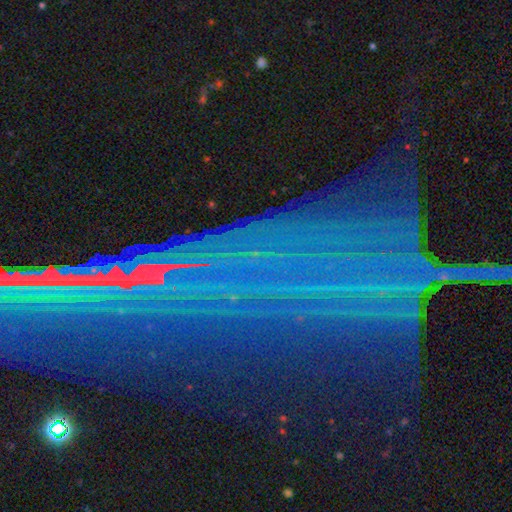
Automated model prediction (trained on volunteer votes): This is clearly a star or artifact rather than a galaxy (81%).